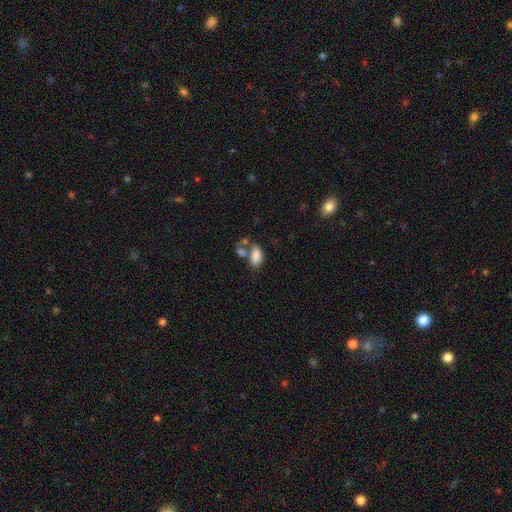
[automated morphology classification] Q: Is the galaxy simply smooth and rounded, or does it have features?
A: smooth — 82%.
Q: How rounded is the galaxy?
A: in between — 92%.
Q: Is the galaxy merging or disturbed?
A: merger — 40%.